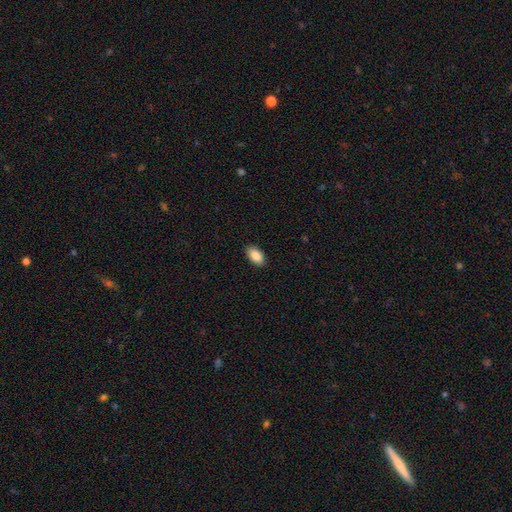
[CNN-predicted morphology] This is clearly a smooth galaxy (88%). How rounded: clearly in between (94%). Merging: clearly none (89%).